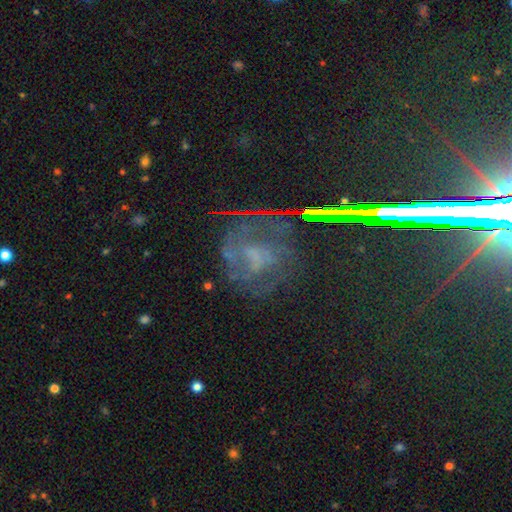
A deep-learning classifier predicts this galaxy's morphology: type=featured or disk (48%); merging=none (62%).